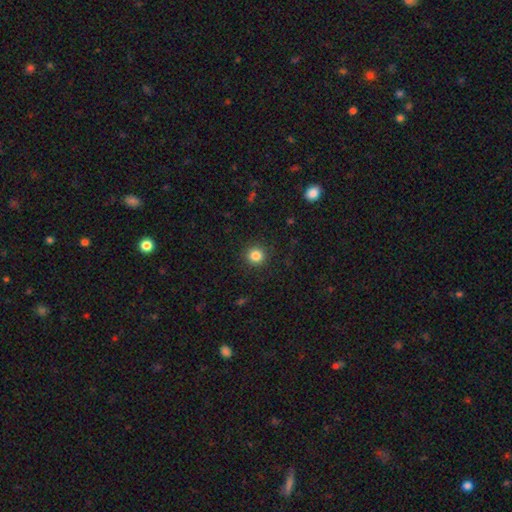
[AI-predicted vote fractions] Q: Smooth or featured?
A: smooth (84%); runner-up: star or artifact (12%)
Q: How rounded?
A: round (92%); runner-up: in between (7%)
Q: Merging?
A: none (91%); runner-up: minor disturbance (6%)